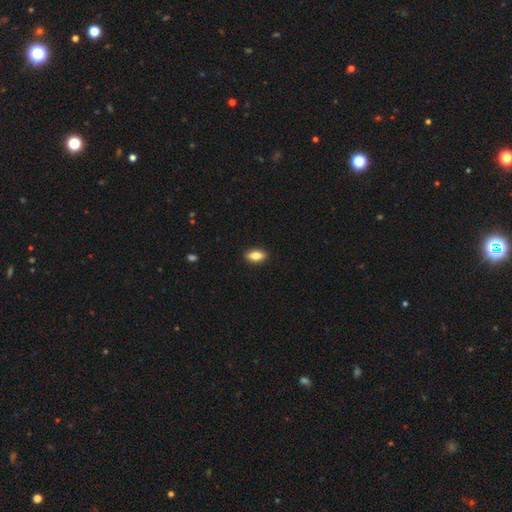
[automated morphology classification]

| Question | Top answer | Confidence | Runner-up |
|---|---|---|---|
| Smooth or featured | smooth | 81% | featured or disk (12%) |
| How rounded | in between | 86% | cigar-shaped (9%) |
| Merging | none | 90% | minor disturbance (7%) |